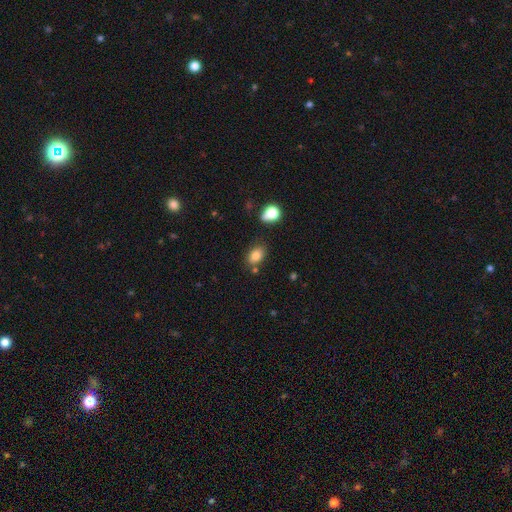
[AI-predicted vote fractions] A smooth galaxy with no disk features (81%) that is in between round and cigar-shaped (80%).

Vote fractions:
- Smooth or featured? smooth: 81% / star or artifact: 11% / featured or disk: 8%
- How rounded? in between: 80% / round: 18% / cigar-shaped: 1%
- Merging? none: 74% / minor disturbance: 14% / merger: 8% / major disturbance: 3%